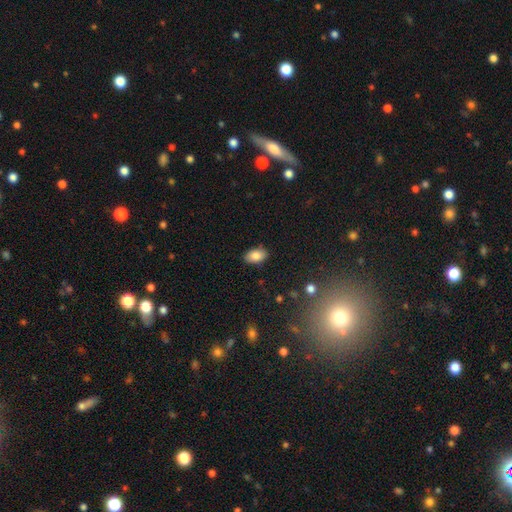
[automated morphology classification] smooth-or-featured: smooth: 84% | star or artifact: 8% | featured or disk: 8%
  how-rounded: in between: 92% | round: 7% | cigar-shaped: 2%
  merging: none: 86% | minor disturbance: 11% | major disturbance: 2% | merger: 1%